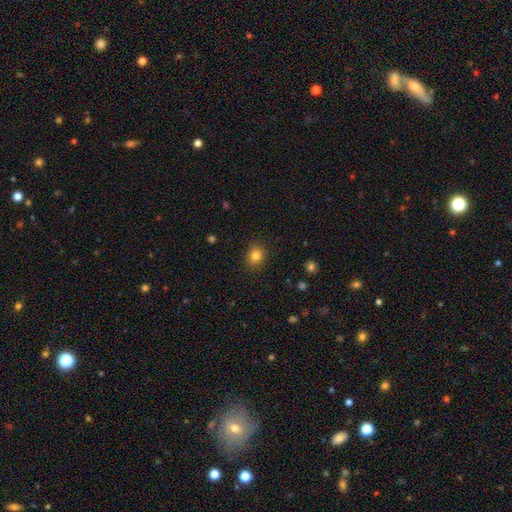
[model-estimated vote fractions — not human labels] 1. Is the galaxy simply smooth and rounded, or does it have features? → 82% smooth, 12% star or artifact, 6% featured or disk.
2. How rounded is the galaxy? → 69% round, 30% in between, 1% cigar-shaped.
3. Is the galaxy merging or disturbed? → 87% none, 10% minor disturbance, 2% major disturbance, 1% merger.